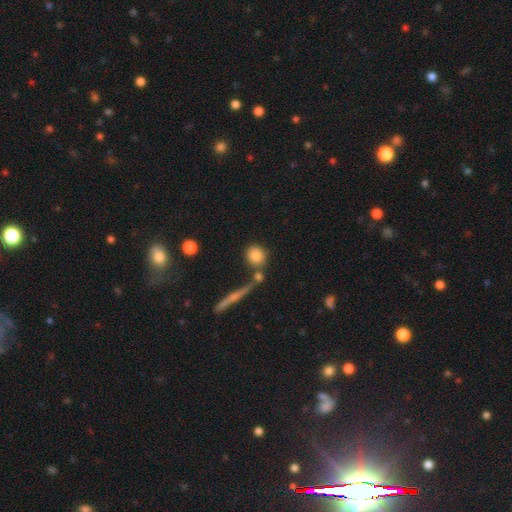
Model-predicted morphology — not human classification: This appears to be a smooth galaxy with no disk features (83%) that is round (82%). Merging: none (69%).